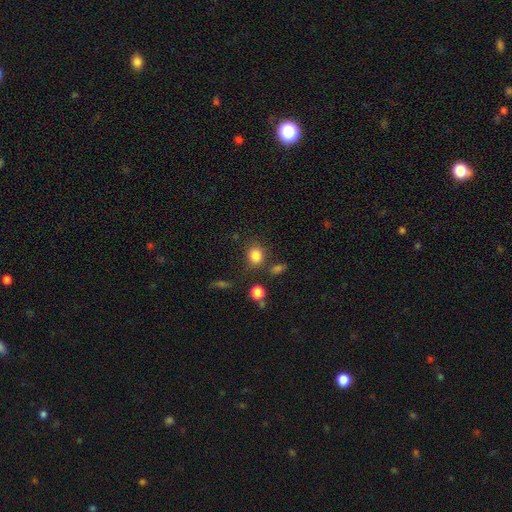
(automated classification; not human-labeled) This is clearly a smooth galaxy (83%). How rounded: likely round (65%). Merging: likely none (73%).